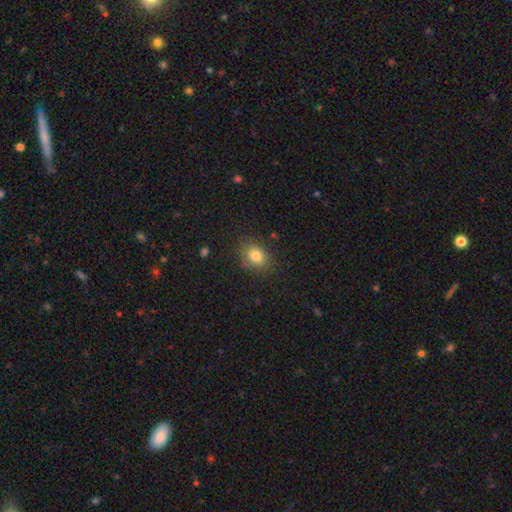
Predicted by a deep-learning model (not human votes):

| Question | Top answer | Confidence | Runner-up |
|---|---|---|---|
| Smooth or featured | smooth | 82% | star or artifact (10%) |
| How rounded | in between | 55% | round (44%) |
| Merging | none | 80% | minor disturbance (14%) |